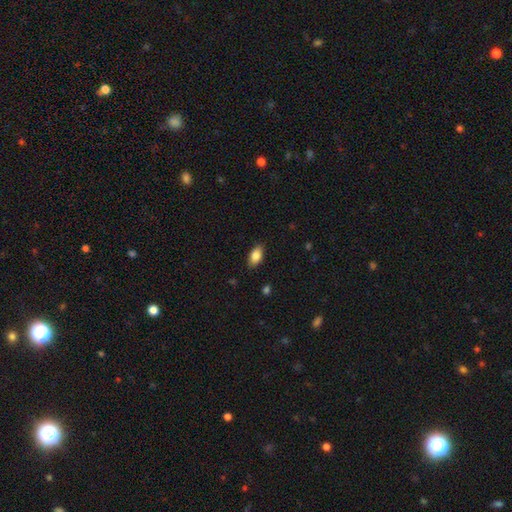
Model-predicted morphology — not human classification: Smooth or featured? Predicted: smooth (p=0.84). How rounded? Predicted: in between (p=0.91). Merging? Predicted: none (p=0.86).